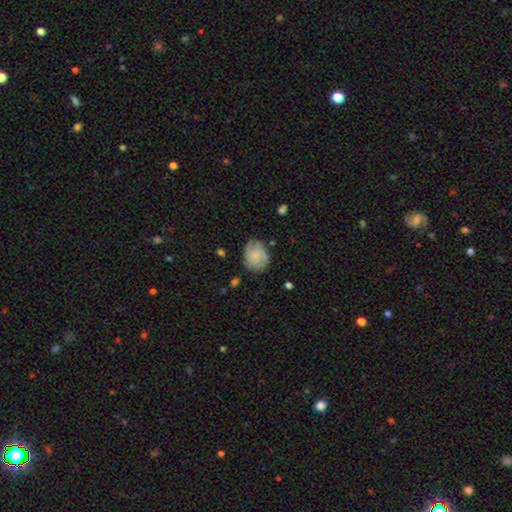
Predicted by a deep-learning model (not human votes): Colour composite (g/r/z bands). It shows a smooth galaxy with no disk features (53%) that is round (54%). Merging: none (66%).